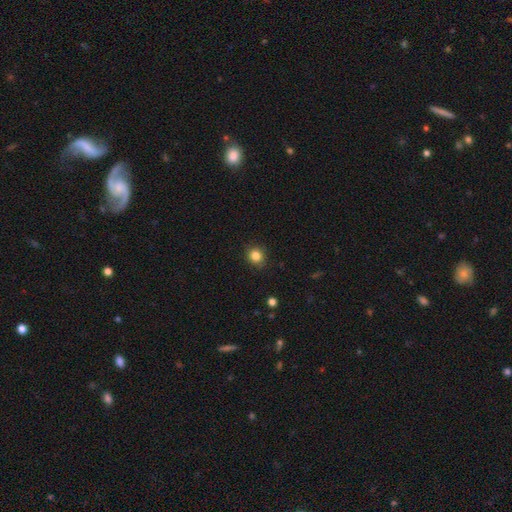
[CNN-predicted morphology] type=smooth (84%); roundness=round (81%); merging=none (89%).